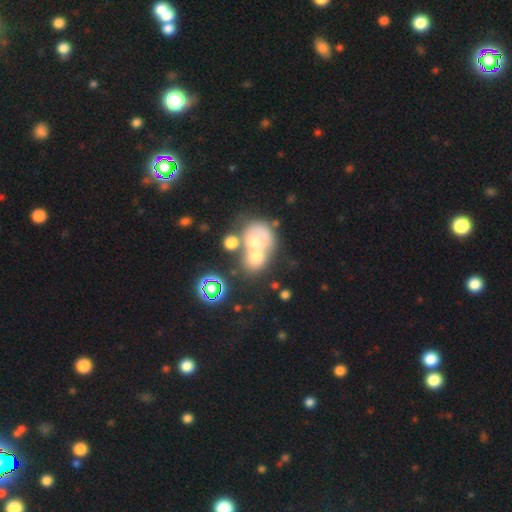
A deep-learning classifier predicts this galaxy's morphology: Overall: smooth (42%; featured or disk 40%). Merging: merger (63%).